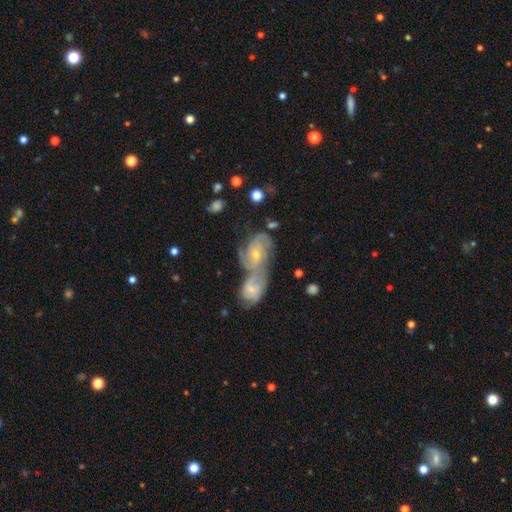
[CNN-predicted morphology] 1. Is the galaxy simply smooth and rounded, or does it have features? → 77% featured or disk, 14% smooth, 9% star or artifact.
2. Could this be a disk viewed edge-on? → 96% no, 4% yes.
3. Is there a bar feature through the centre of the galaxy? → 63% no, 30% weak, 7% strong.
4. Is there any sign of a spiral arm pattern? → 93% yes, 7% no.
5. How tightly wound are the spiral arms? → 54% tight, 36% medium, 10% loose.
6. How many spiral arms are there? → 43% 2, 29% can't tell, 16% 3, 5% 1, 4% 4, 4% more than 4.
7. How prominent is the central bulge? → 58% small, 37% moderate, 2% none, 2% large, 1% dominant.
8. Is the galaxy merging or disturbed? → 69% merger, 19% none, 7% minor disturbance, 5% major disturbance.